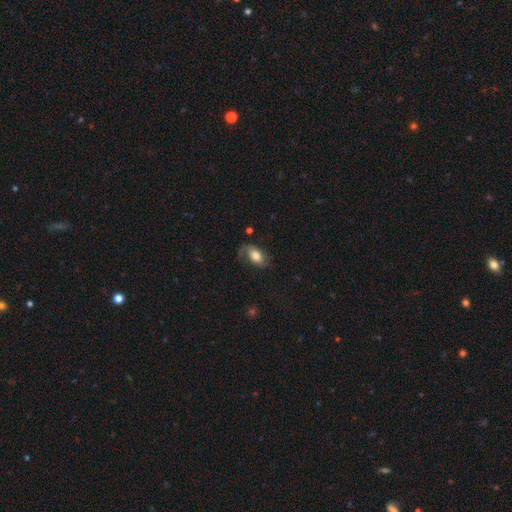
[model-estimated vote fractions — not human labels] smooth_or_featured: smooth (p=0.60) [alt: featured or disk p=0.33]
how_rounded: in between (p=0.89) [alt: round p=0.08]
merging: none (p=0.55) [alt: minor disturbance p=0.25]